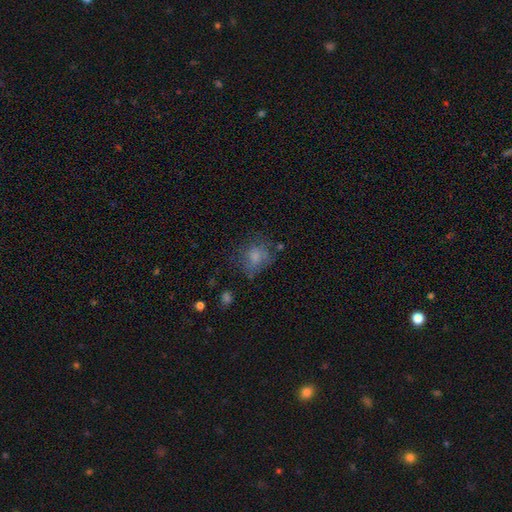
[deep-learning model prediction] A smooth galaxy with no disk features (69%) that is round (64%).

Vote fractions:
- Smooth or featured? smooth: 69% / featured or disk: 18% / star or artifact: 13%
- How rounded? round: 64% / in between: 35% / cigar-shaped: 1%
- Merging? none: 56% / minor disturbance: 23% / major disturbance: 18% / merger: 4%